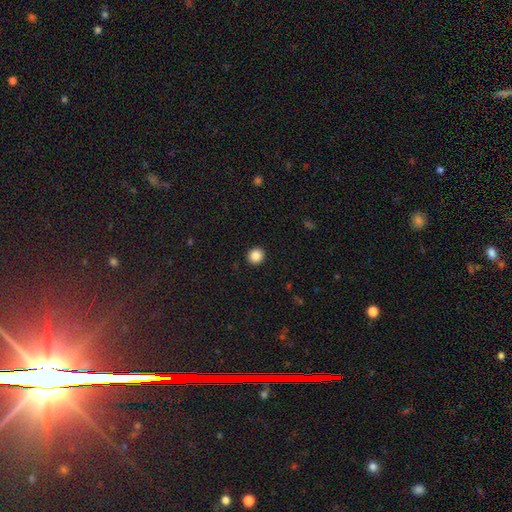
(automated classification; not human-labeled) smooth_or_featured: smooth (p=0.87) [alt: star or artifact p=0.10]
how_rounded: round (p=0.91) [alt: in between p=0.08]
merging: none (p=0.93) [alt: minor disturbance p=0.04]